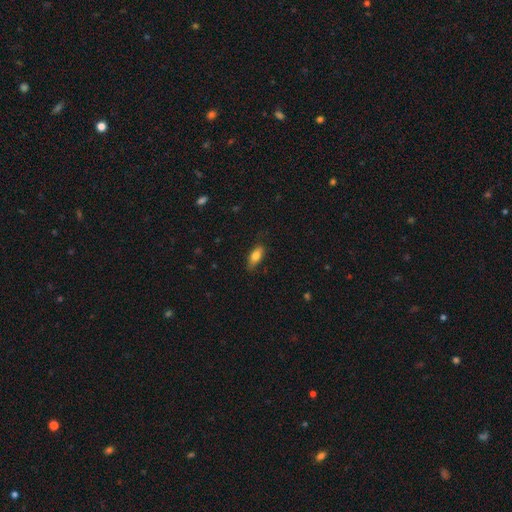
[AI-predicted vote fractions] Smooth or featured? Predicted: smooth (p=0.78). How rounded? Predicted: in between (p=0.80). Merging? Predicted: none (p=0.80).